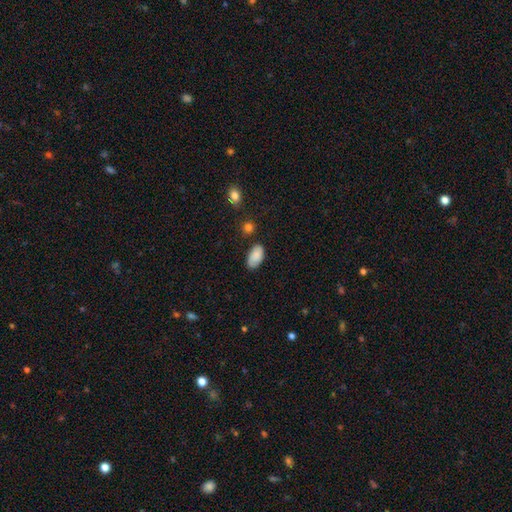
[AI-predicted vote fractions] Smooth or featured: smooth — 82% (featured or disk — 10%)
How rounded: in between — 94% (round — 4%)
Merging: none — 76% (minor disturbance — 18%)